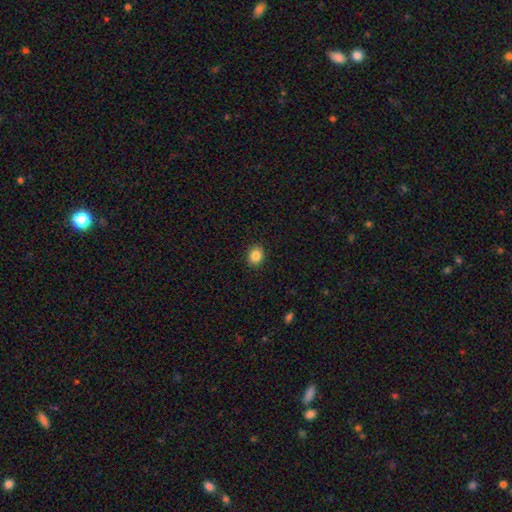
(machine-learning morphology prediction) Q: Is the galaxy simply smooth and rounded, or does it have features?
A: smooth — 86%.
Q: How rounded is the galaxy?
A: round — 58%.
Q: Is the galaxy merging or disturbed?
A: none — 91%.